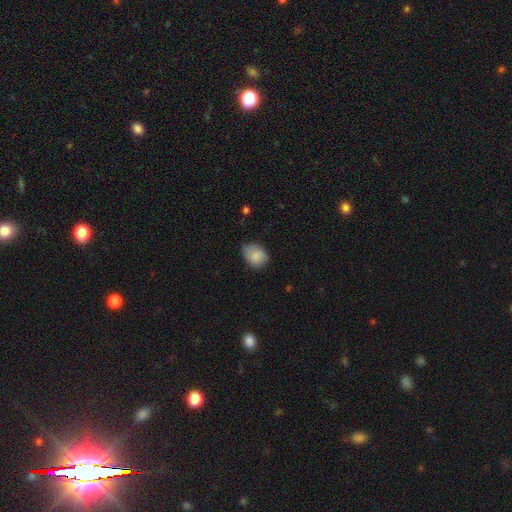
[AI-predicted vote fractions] A smooth galaxy with no disk features (82%) that is in between round and cigar-shaped (54%).

Vote fractions:
- Smooth or featured? smooth: 82% / featured or disk: 11% / star or artifact: 8%
- How rounded? in between: 54% / round: 45% / cigar-shaped: 1%
- Merging? none: 57% / minor disturbance: 34% / major disturbance: 7% / merger: 1%